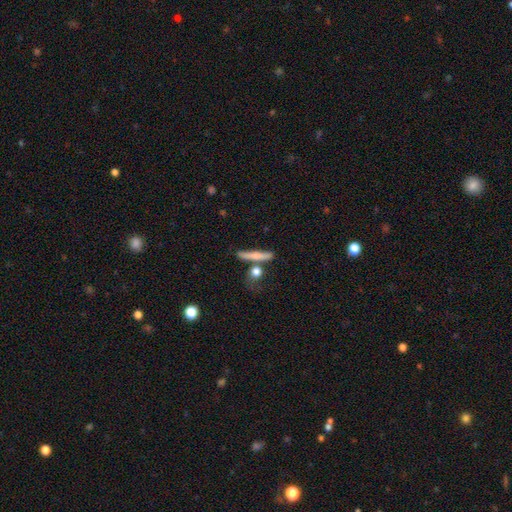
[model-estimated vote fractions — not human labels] Overall: smooth (66%). How rounded: cigar-shaped (79%). Merging: none (63%).